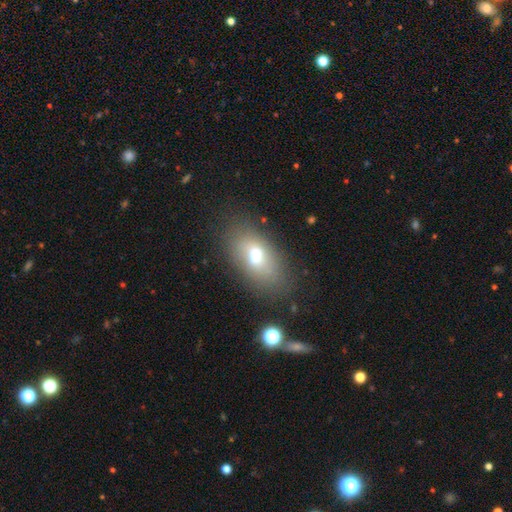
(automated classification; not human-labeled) This appears to be a smooth galaxy with no disk features (66%) that is in between round and cigar-shaped (85%). Merging: none (77%).